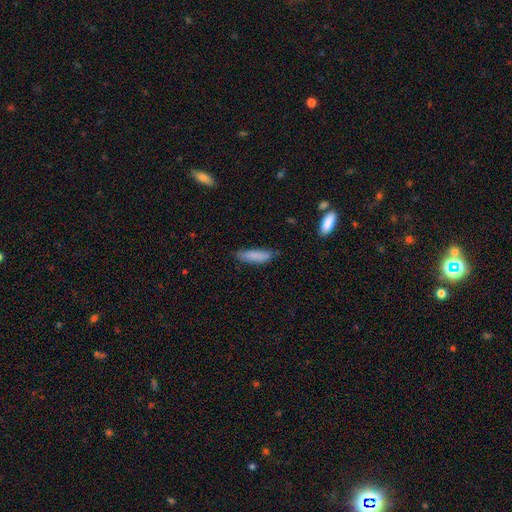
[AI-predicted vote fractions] A smooth galaxy with no disk features (85%) that is cigar-shaped (67%).

Vote fractions:
- Smooth or featured? smooth: 85% / featured or disk: 8% / star or artifact: 6%
- How rounded? cigar-shaped: 67% / in between: 31% / round: 1%
- Merging? none: 74% / minor disturbance: 20% / major disturbance: 4% / merger: 2%